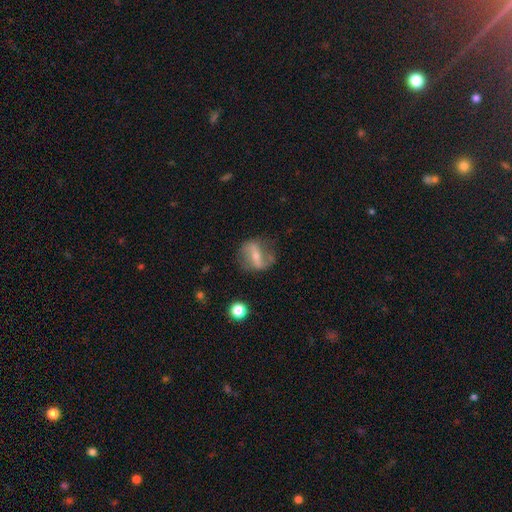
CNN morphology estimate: smooth-or-featured: featured or disk: 71% | smooth: 22% | star or artifact: 8%
  disk-edge-on: no: 94% | yes: 6%
    bar: strong: 53% | weak: 31% | no: 17%
    has-spiral-arms: yes: 77% | no: 23%
      spiral-winding: loose: 59% | medium: 30% | tight: 10%
      spiral-arm-count: 2: 86% | can't tell: 7% | 1: 4% | 3: 1% | 4: 1% | more than 4: 1%
    bulge-size: small: 51% | moderate: 42% | none: 3% | large: 2% | dominant: 1%
  merging: none: 67% | minor disturbance: 20% | major disturbance: 11% | merger: 3%